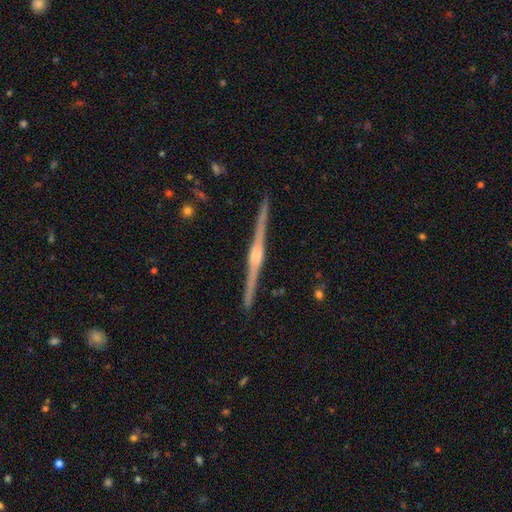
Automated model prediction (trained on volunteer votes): Smooth or featured? featured or disk (89%)
Edge-on disk? yes (99%)
Edge-on bulge? rounded (77%)
Merging? none (93%)